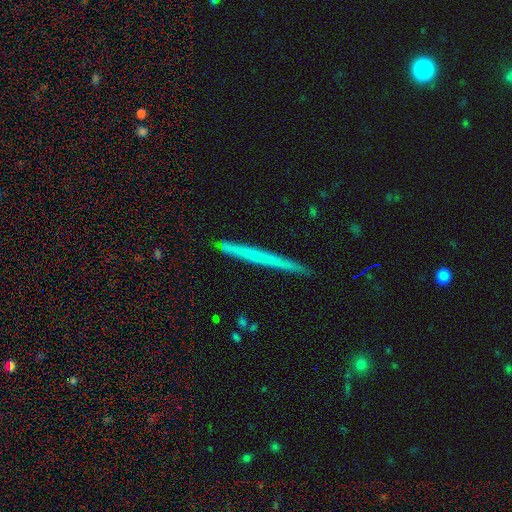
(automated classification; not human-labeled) This appears to be a featured or disk galaxy (47%). Merging: none (90%).